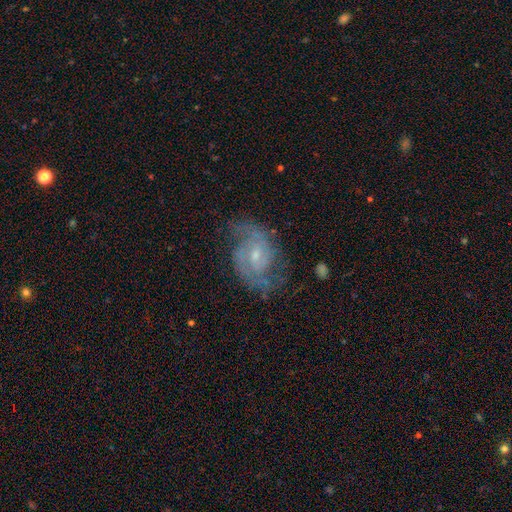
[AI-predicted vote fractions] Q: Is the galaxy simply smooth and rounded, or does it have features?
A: featured or disk — 85%.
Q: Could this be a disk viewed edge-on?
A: no — 97%.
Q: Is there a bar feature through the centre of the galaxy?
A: weak — 50%.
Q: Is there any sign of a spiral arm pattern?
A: yes — 95%.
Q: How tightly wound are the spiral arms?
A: medium — 49%.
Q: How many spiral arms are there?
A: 2 — 77%.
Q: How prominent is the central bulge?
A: small — 60%.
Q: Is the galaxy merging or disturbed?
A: none — 68%.